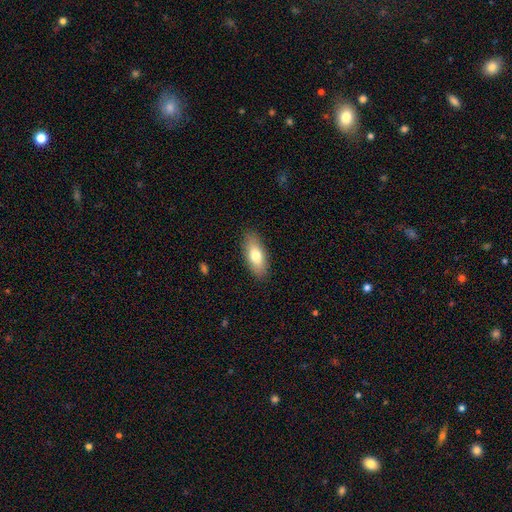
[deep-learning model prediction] Morphology: type=smooth (76%); roundness=in between (80%); merging=none (88%).